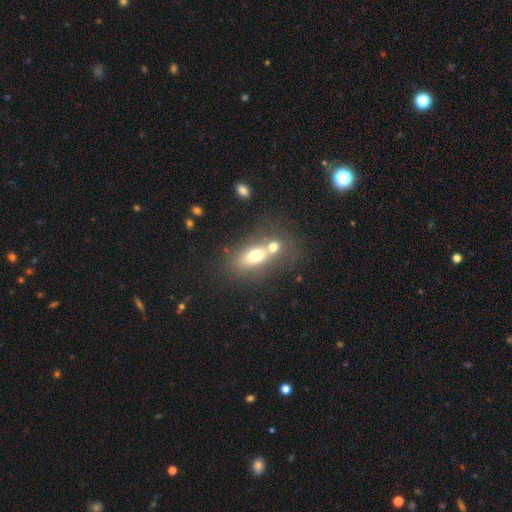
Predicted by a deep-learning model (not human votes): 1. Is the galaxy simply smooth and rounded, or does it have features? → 65% smooth, 24% featured or disk, 11% star or artifact.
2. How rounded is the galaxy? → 72% in between, 18% round, 10% cigar-shaped.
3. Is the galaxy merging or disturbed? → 54% merger, 33% none, 8% minor disturbance, 5% major disturbance.